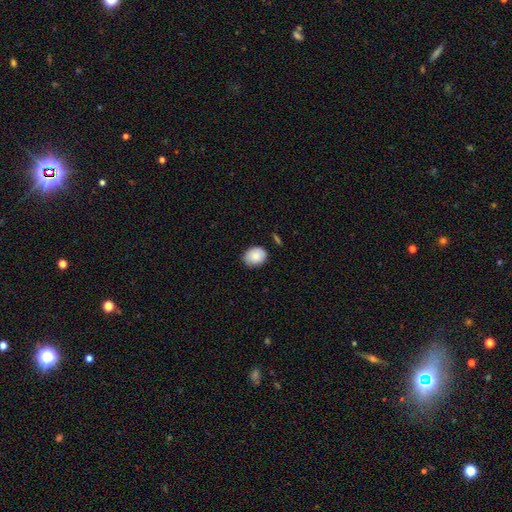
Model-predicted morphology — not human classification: Smooth or featured?
  - smooth: 85% *
  - featured or disk: 8%
  - star or artifact: 7%
How rounded?
  - in between: 53% *
  - round: 47%
  - cigar-shaped: 1%
Merging?
  - none: 80% *
  - minor disturbance: 15%
  - major disturbance: 2%
  - merger: 2%